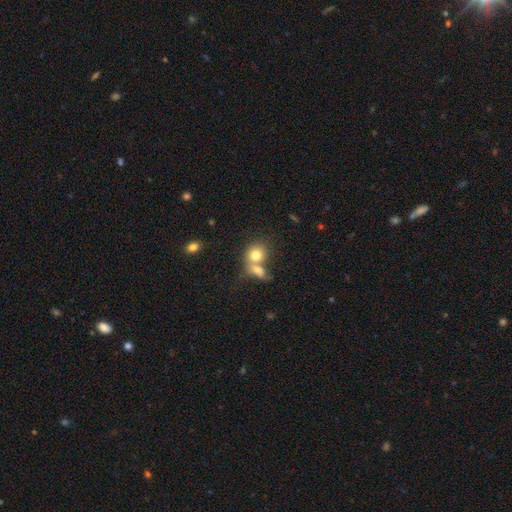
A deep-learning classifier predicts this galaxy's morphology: smooth_or_featured: smooth (p=0.77) [alt: featured or disk p=0.14]
how_rounded: round (p=0.68) [alt: in between p=0.31]
merging: merger (p=0.57) [alt: none p=0.30]